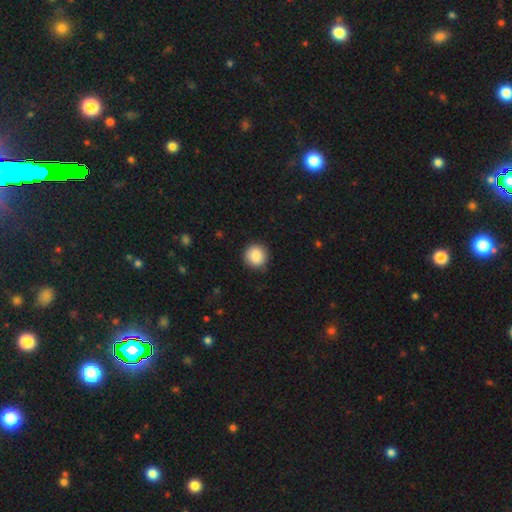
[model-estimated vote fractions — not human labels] Smooth or featured? Predicted: smooth (p=0.88). How rounded? Predicted: round (p=0.92). Merging? Predicted: none (p=0.87).